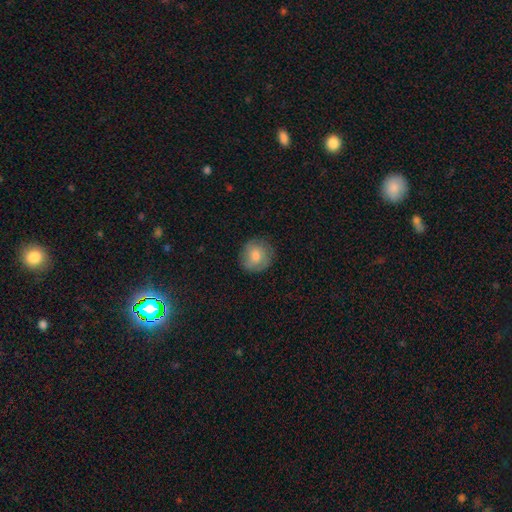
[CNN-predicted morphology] This is likely a smooth galaxy (73%). How rounded: clearly round (89%). Merging: clearly none (84%).